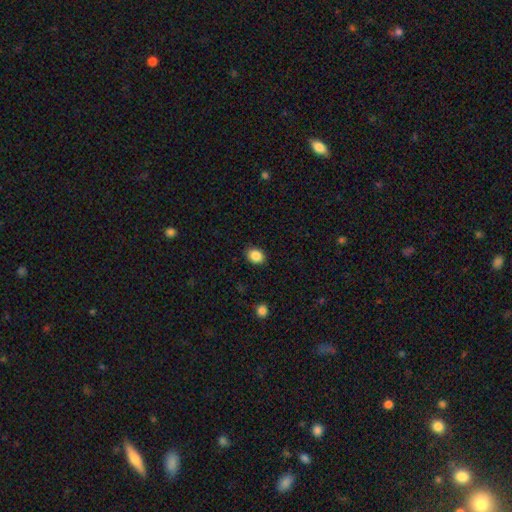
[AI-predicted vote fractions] Smooth or featured? Predicted: smooth (p=0.87). How rounded? Predicted: in between (p=0.64). Merging? Predicted: none (p=0.88).